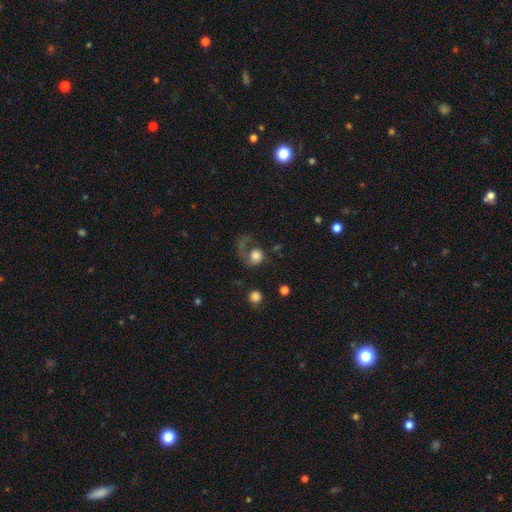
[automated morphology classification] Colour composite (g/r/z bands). It shows a smooth galaxy with no disk features (60%) that is round (76%). Merging: major disturbance (48%).